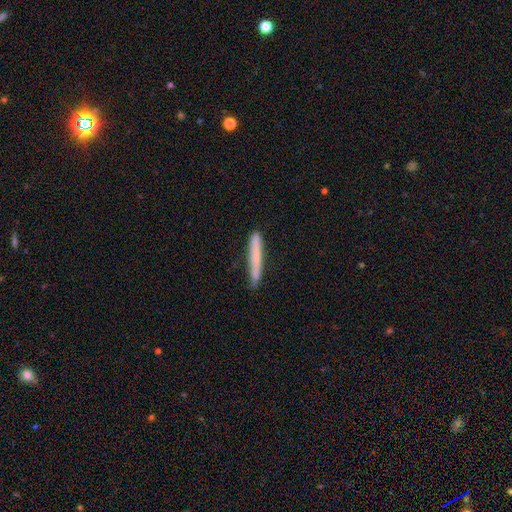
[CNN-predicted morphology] type=smooth (70%); roundness=cigar-shaped (96%); merging=none (84%).